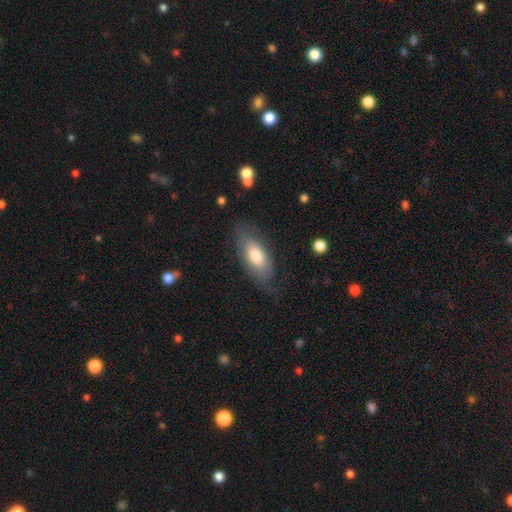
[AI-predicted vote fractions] smooth-or-featured: smooth: 65% | featured or disk: 29% | star or artifact: 6%
  how-rounded: in between: 87% | cigar-shaped: 10% | round: 3%
  merging: none: 66% | minor disturbance: 22% | major disturbance: 10% | merger: 2%